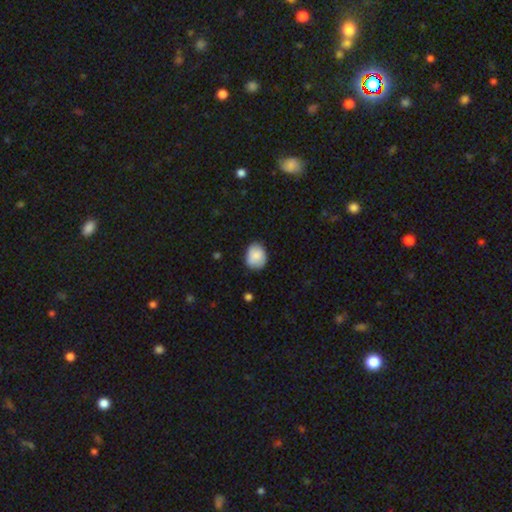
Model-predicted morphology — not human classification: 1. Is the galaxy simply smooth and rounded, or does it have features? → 86% smooth, 7% featured or disk, 7% star or artifact.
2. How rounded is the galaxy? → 50% round, 49% in between, 1% cigar-shaped.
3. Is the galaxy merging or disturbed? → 76% none, 20% minor disturbance, 3% major disturbance, 1% merger.